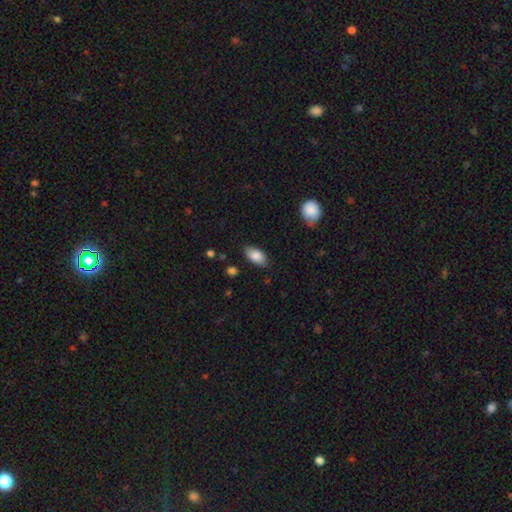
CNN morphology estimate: A smooth galaxy with no disk features (83%) that is in between round and cigar-shaped (92%).

Vote fractions:
- Smooth or featured? smooth: 83% / featured or disk: 10% / star or artifact: 7%
- How rounded? in between: 92% / cigar-shaped: 4% / round: 3%
- Merging? none: 83% / minor disturbance: 13% / major disturbance: 3% / merger: 1%